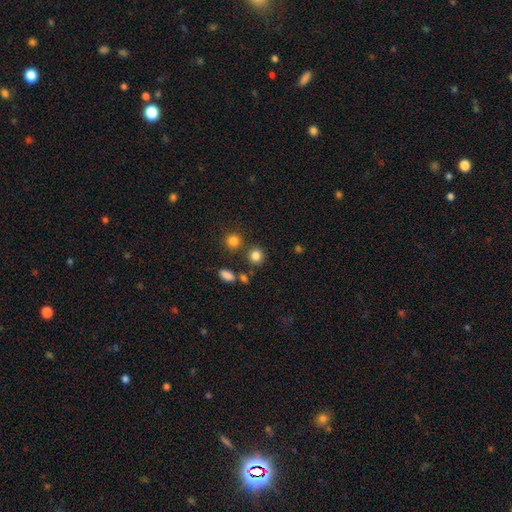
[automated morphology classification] Q: Smooth or featured?
A: smooth (82%); runner-up: star or artifact (13%)
Q: How rounded?
A: round (86%); runner-up: in between (13%)
Q: Merging?
A: none (76%); runner-up: merger (11%)